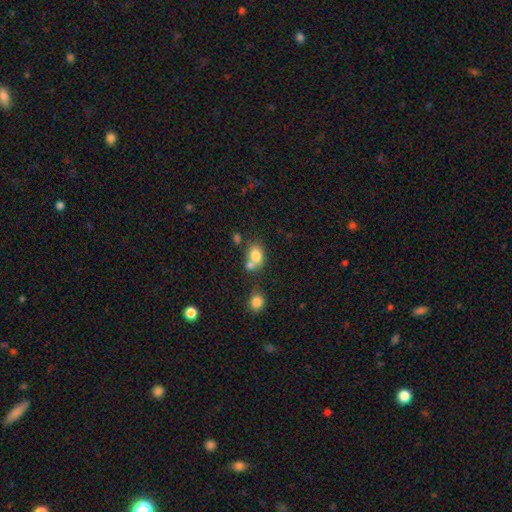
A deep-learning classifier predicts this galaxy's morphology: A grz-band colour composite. It shows a smooth galaxy with no disk features (79%) that is in between round and cigar-shaped (61%). Merging: none (42%).